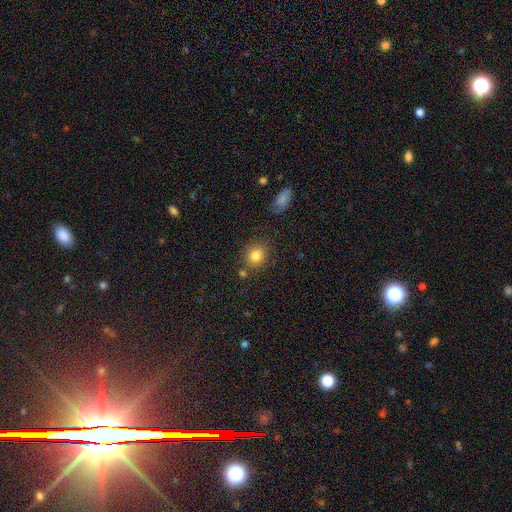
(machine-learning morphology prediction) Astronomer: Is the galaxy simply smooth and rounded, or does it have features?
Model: smooth — 83%.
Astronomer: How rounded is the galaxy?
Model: round — 75%.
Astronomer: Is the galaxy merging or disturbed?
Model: none — 77%.